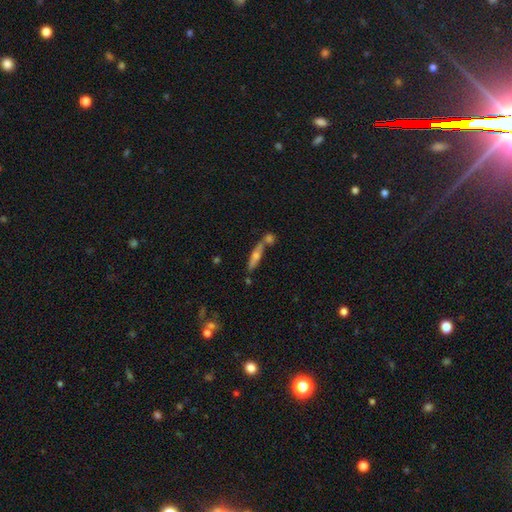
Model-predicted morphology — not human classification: A featured or disk galaxy (53%) viewed edge-on (84%). Merging: none (59%).